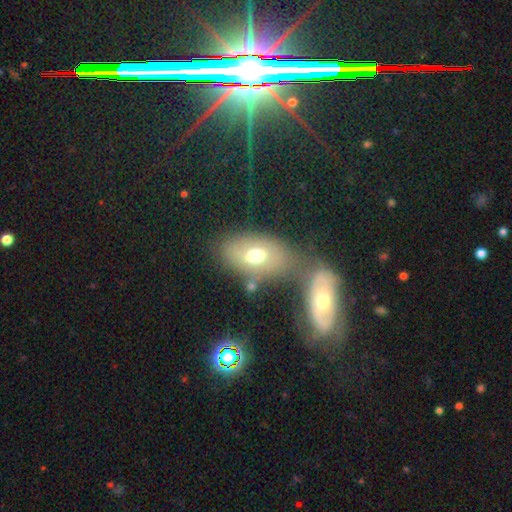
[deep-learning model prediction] A smooth galaxy with no disk features (61%) that is in between round and cigar-shaped (81%).

Vote fractions:
- Smooth or featured? smooth: 61% / featured or disk: 28% / star or artifact: 11%
- How rounded? in between: 81% / round: 17% / cigar-shaped: 2%
- Merging? none: 43% / merger: 32% / minor disturbance: 15% / major disturbance: 11%